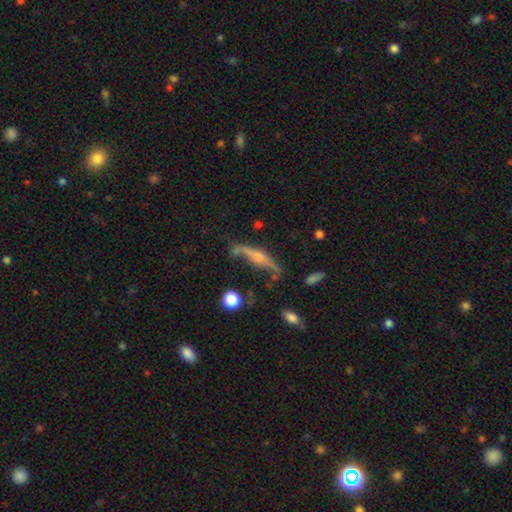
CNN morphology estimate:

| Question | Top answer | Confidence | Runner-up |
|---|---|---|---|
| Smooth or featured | featured or disk | 67% | smooth (23%) |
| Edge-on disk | yes | 82% | no (18%) |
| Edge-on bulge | rounded | 82% | none (9%) |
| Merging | none | 50% | minor disturbance (24%) |